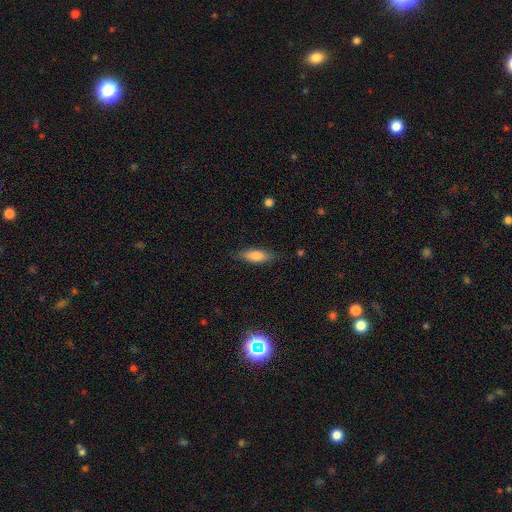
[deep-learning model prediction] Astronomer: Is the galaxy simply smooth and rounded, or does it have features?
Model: smooth — 78%.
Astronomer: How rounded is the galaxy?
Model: in between — 60% (runner-up: cigar-shaped, 38%).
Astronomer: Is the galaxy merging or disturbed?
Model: none — 82%.